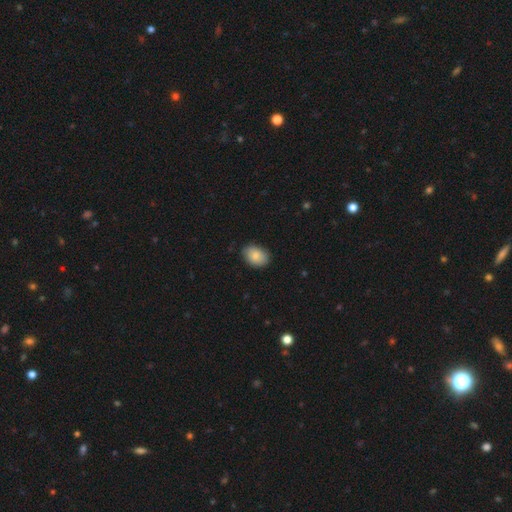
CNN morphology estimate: smooth_or_featured: smooth (p=0.86) [alt: featured or disk p=0.07]
how_rounded: in between (p=0.78) [alt: round p=0.21]
merging: none (p=0.84) [alt: minor disturbance p=0.13]